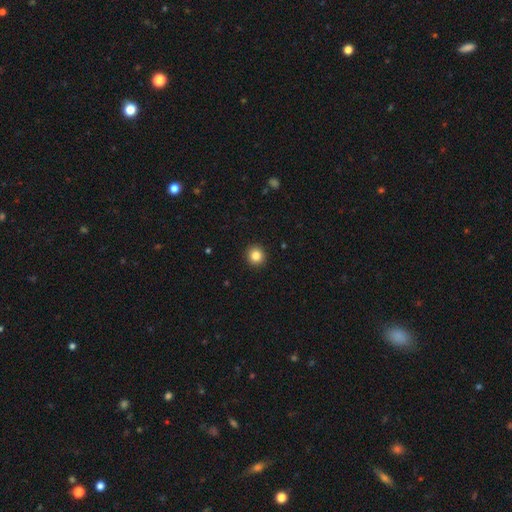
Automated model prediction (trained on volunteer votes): This is clearly a smooth galaxy (84%). How rounded: clearly round (93%). Merging: clearly none (93%).